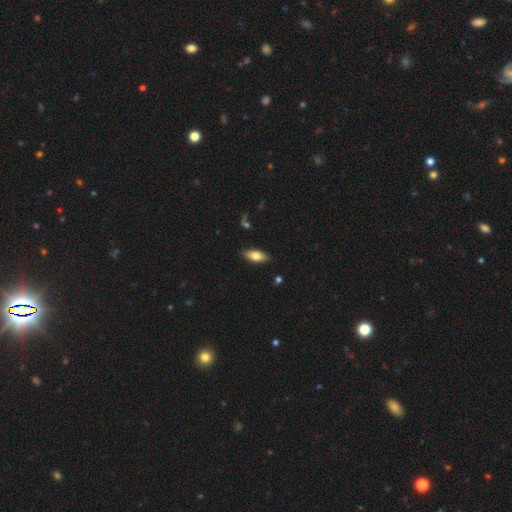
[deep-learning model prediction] Morphology: type=smooth (74%); roundness=in between (83%); merging=none (87%).